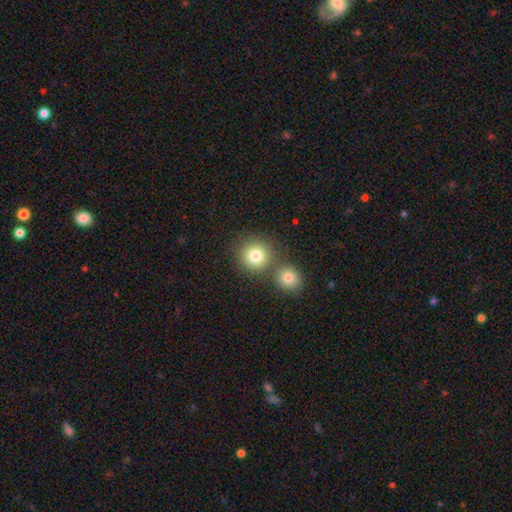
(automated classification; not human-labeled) smooth 81%, star or artifact 11%, featured or disk 8%. Down the decision tree: how rounded — round (91%); merging — none (64%).